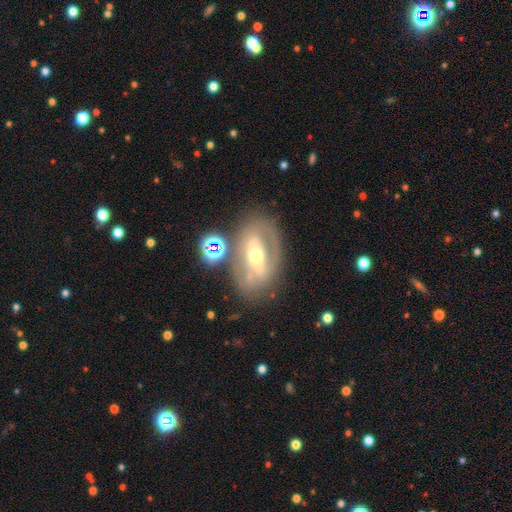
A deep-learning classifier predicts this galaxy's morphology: A featured or disk galaxy (73%) with a strong bar (44%), spiral arms (54%) and a moderate central bulge (67%). Merging: none (69%).